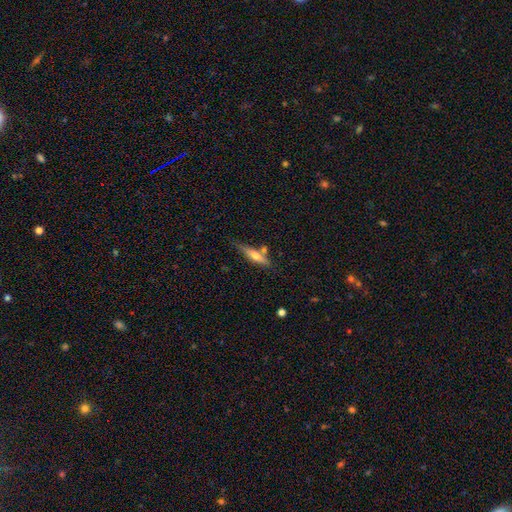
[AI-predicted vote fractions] The model was most divided on "smooth or featured": smooth: 52%, featured or disk: 42%, star or artifact: 6%. More confident: how rounded — cigar-shaped (78%); merging — none (64%).